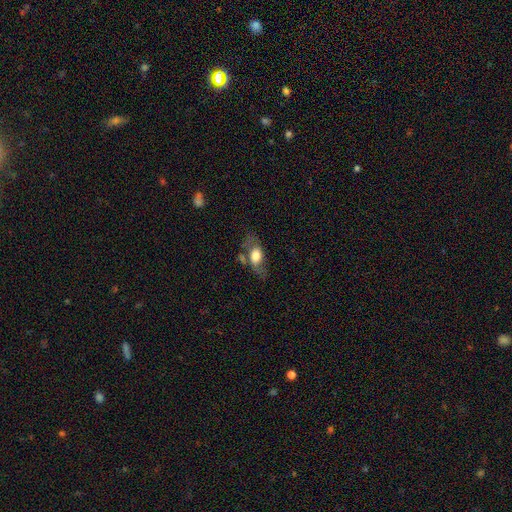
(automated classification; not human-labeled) The model was most divided on "smooth or featured": smooth: 59%, featured or disk: 33%, star or artifact: 7%. More confident: how rounded — in between (84%); merging — none (51%).